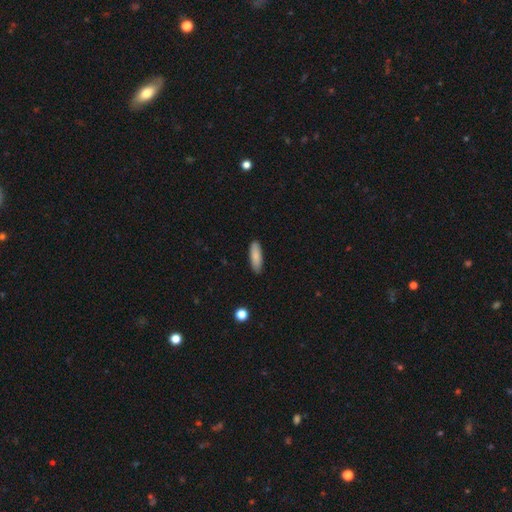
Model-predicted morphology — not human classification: Smooth or featured? smooth (85%)
How rounded? in between (54%)
Merging? none (87%)